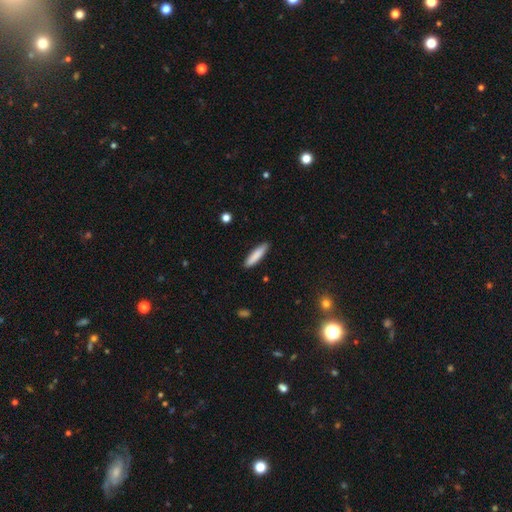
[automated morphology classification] smooth 85%, featured or disk 9%, star or artifact 6%. Down the decision tree: how rounded — cigar-shaped (83%); merging — none (90%).